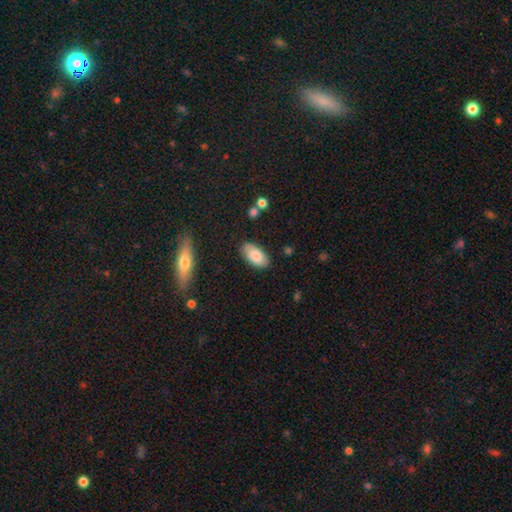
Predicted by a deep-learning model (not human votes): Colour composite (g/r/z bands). It shows a smooth galaxy with no disk features (78%) that is in between round and cigar-shaped (94%). Merging: none (81%).